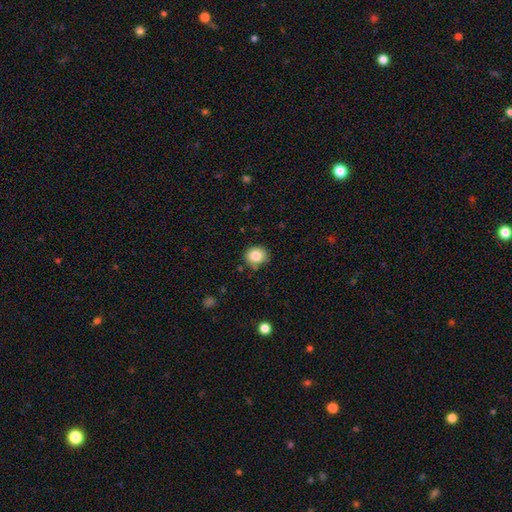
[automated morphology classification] Q: Smooth or featured?
A: smooth (84%); runner-up: star or artifact (10%)
Q: How rounded?
A: round (80%); runner-up: in between (19%)
Q: Merging?
A: none (82%); runner-up: minor disturbance (13%)